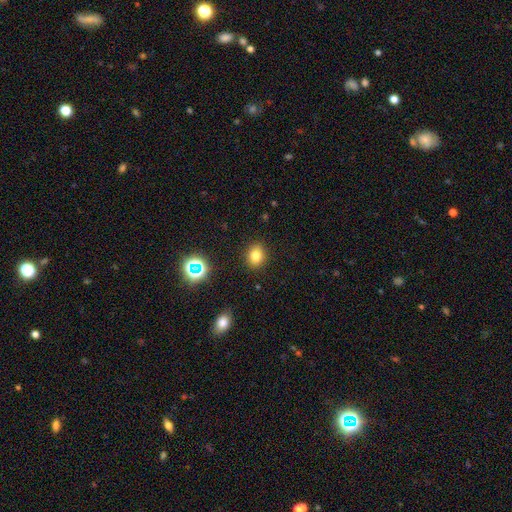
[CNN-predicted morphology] Smooth or featured?
  - smooth: 77% *
  - star or artifact: 15%
  - featured or disk: 8%
How rounded?
  - round: 59% *
  - in between: 40%
  - cigar-shaped: 1%
Merging?
  - none: 89% *
  - minor disturbance: 8%
  - major disturbance: 2%
  - merger: 1%